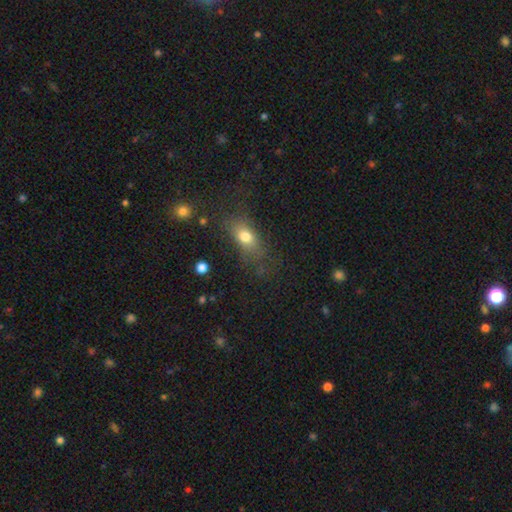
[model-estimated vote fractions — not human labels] This is possibly a smooth galaxy (58%). How rounded: likely in between (63%). Merging: likely none (68%).